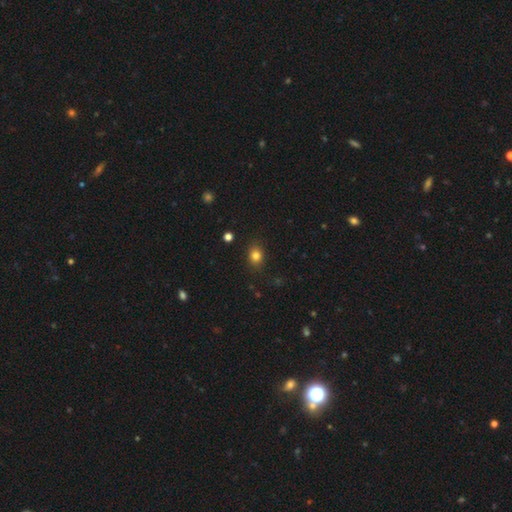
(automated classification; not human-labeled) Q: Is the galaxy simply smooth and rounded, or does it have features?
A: smooth — 82%.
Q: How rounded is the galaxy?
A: round — 55%.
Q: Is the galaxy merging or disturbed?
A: none — 86%.